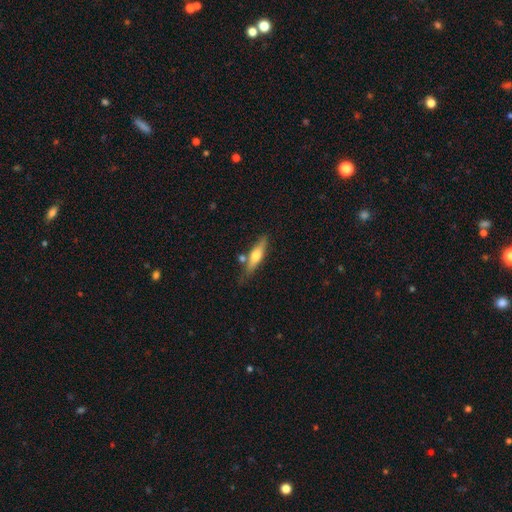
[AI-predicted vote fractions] Smooth or featured? featured or disk (49%)
Merging? none (72%)